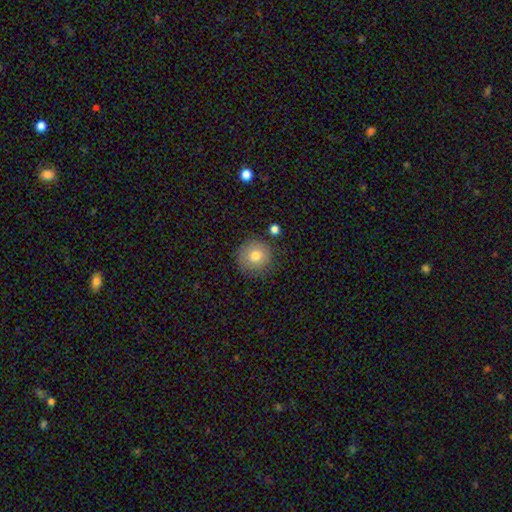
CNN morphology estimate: Smooth or featured? Predicted: smooth (p=0.80). How rounded? Predicted: round (p=0.94). Merging? Predicted: none (p=0.81).